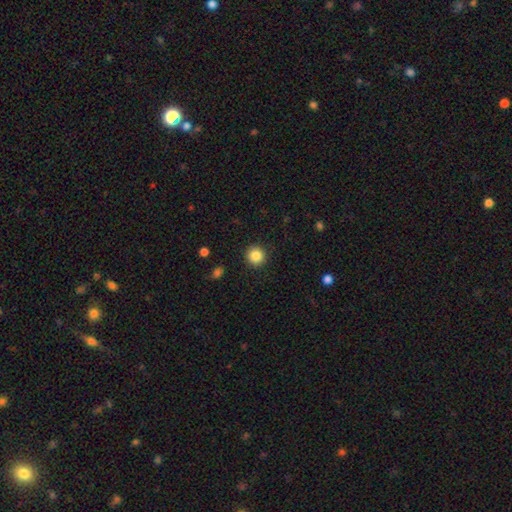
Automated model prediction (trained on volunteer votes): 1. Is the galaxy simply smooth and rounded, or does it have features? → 86% smooth, 10% star or artifact, 4% featured or disk.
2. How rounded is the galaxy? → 95% round, 4% in between, 1% cigar-shaped.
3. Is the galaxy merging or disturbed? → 92% none, 5% minor disturbance, 2% major disturbance, 1% merger.